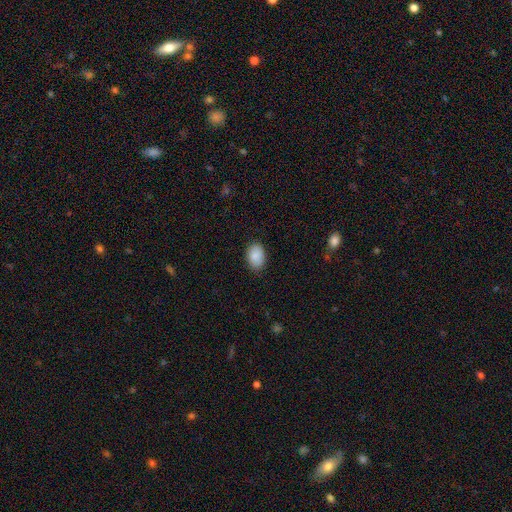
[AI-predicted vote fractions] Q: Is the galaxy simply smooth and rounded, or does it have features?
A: smooth — 89%.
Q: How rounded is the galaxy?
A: in between — 87%.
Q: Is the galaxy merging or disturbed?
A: none — 86%.